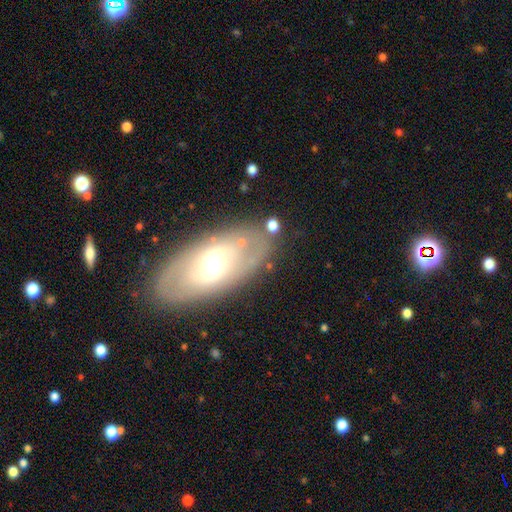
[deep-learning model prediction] Morphology: type=featured or disk (62%); edge-on=no (87%); bar=weak (43%); spiral arms=yes (52%); bulge=moderate (66%); merging=none (81%).